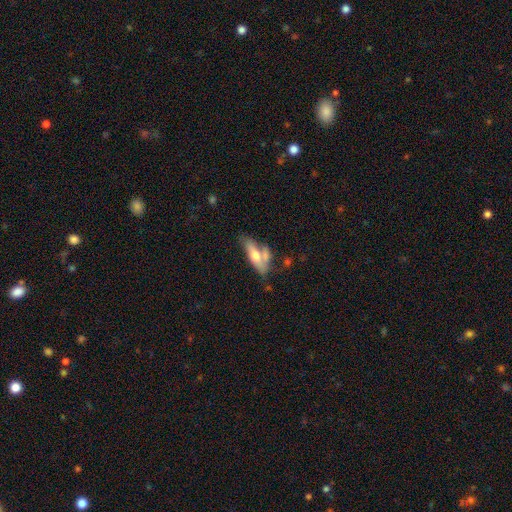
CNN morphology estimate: Smooth or featured?
  - smooth: 52% *
  - featured or disk: 41%
  - star or artifact: 6%
How rounded?
  - in between: 59% *
  - cigar-shaped: 38%
  - round: 3%
Merging?
  - none: 36% *
  - merger: 35%
  - minor disturbance: 18%
  - major disturbance: 12%